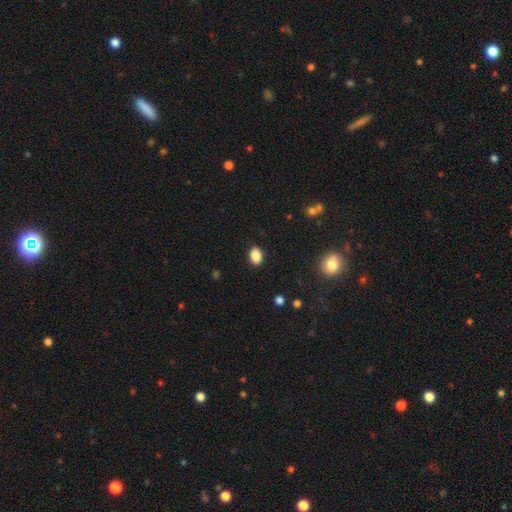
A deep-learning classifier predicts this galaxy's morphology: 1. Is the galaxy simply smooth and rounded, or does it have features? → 87% smooth, 9% star or artifact, 4% featured or disk.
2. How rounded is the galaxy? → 75% in between, 24% round, 1% cigar-shaped.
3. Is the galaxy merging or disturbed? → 88% none, 8% minor disturbance, 2% major disturbance, 1% merger.